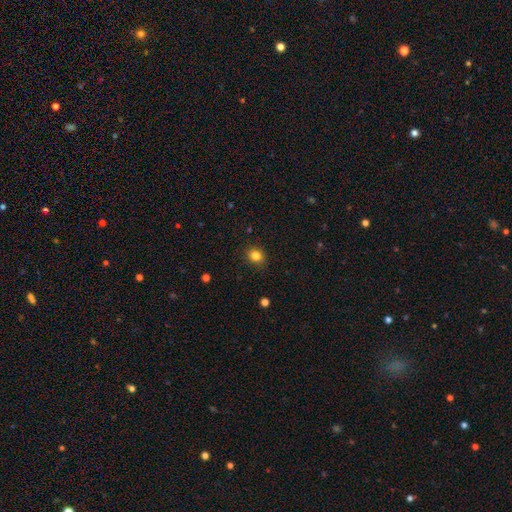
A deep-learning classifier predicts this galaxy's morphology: Smooth or featured? Predicted: smooth (p=0.82). How rounded? Predicted: round (p=0.70). Merging? Predicted: none (p=0.87).